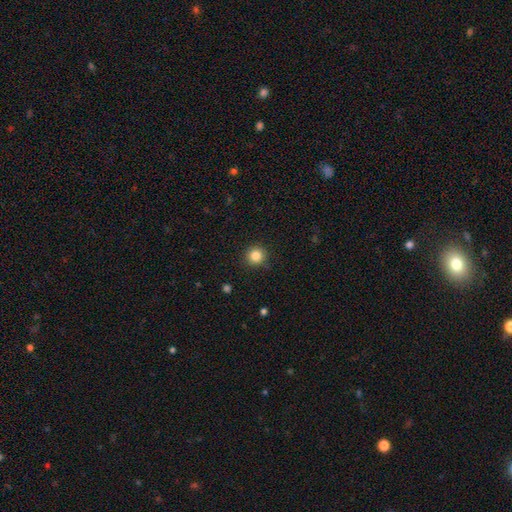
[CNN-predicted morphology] The model was most divided on "smooth or featured": smooth: 84%, star or artifact: 11%, featured or disk: 5%. More confident: how rounded — round (94%); merging — none (90%).